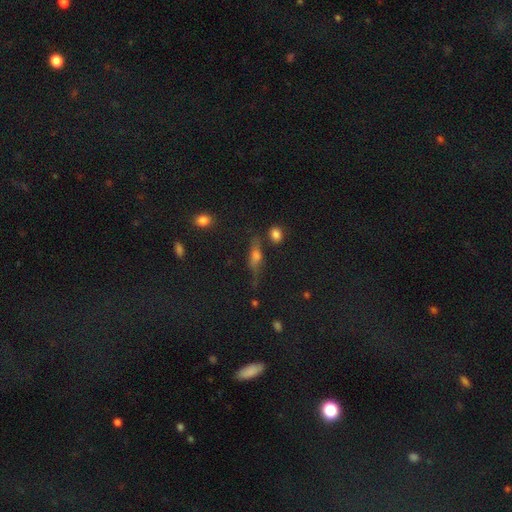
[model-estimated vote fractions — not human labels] A smooth galaxy with no disk features (43%).

Vote fractions:
- Smooth or featured? smooth: 43% / featured or disk: 41% / star or artifact: 15%
- Merging? none: 65% / minor disturbance: 20% / major disturbance: 9% / merger: 6%